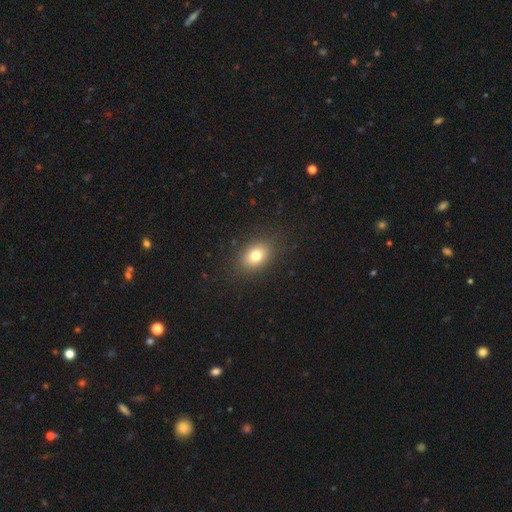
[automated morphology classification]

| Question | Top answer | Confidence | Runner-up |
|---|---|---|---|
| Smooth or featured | smooth | 78% | featured or disk (11%) |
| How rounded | in between | 74% | round (25%) |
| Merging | none | 87% | minor disturbance (9%) |